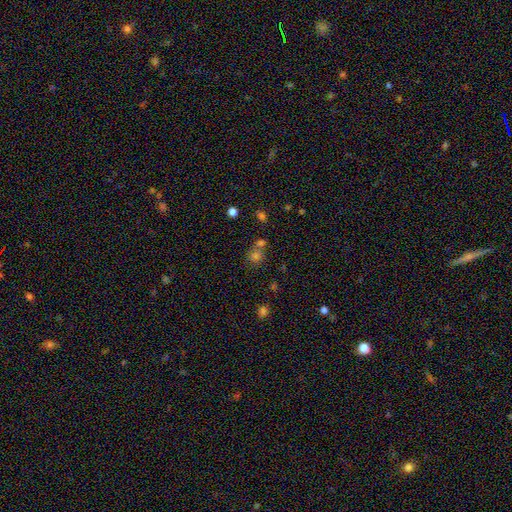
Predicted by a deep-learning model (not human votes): smooth_or_featured: smooth (p=0.65) [alt: star or artifact p=0.25]
how_rounded: round (p=0.74) [alt: in between p=0.25]
merging: none (p=0.52) [alt: merger p=0.34]